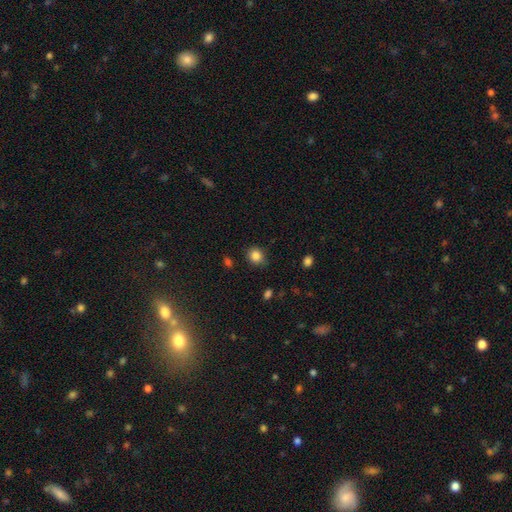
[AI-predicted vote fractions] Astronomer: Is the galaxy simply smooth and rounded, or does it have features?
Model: smooth — 85%.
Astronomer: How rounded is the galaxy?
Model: round — 77%.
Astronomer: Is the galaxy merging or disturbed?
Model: none — 82%.